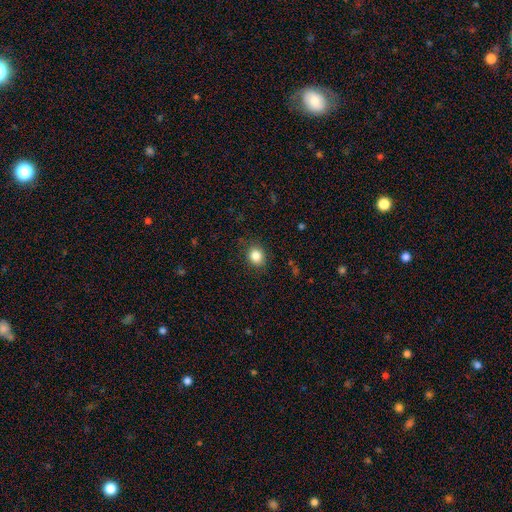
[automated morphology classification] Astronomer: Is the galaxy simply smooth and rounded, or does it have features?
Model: smooth — 84%.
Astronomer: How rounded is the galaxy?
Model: round — 70%.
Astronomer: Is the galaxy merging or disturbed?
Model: none — 87%.